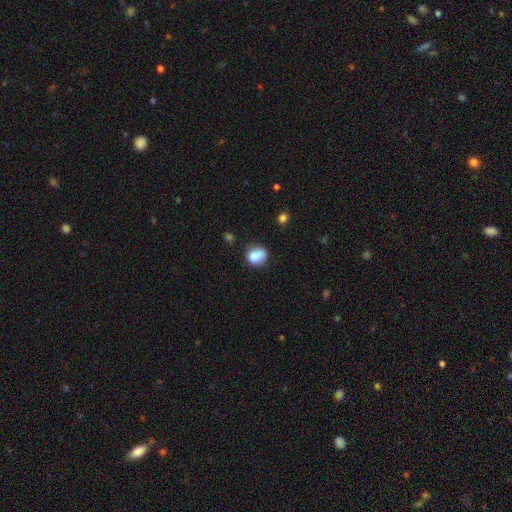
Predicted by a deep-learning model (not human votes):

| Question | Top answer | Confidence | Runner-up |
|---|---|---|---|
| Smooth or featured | smooth | 82% | star or artifact (9%) |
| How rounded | round | 64% | in between (35%) |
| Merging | none | 57% | minor disturbance (24%) |